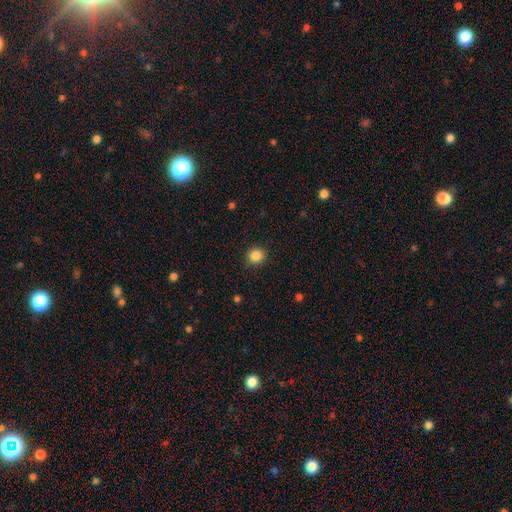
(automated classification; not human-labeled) Smooth or featured? Predicted: smooth (p=0.85). How rounded? Predicted: round (p=0.82). Merging? Predicted: none (p=0.87).